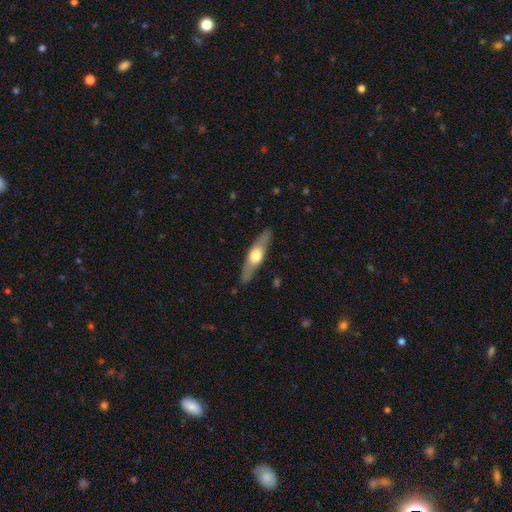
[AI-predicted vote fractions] Smooth or featured? Predicted: featured or disk (p=0.56). Edge-on disk? Predicted: yes (p=0.86). Merging? Predicted: none (p=0.87).